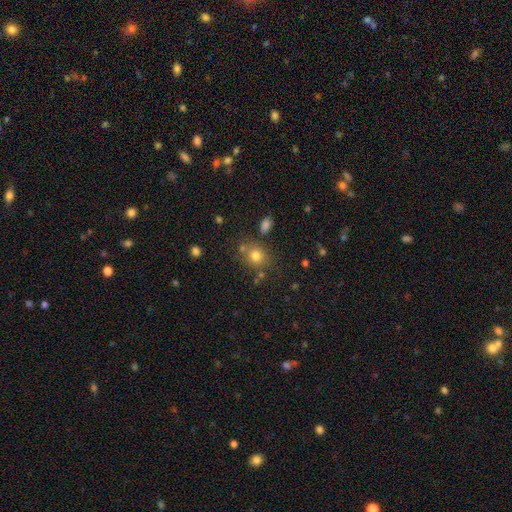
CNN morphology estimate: A smooth galaxy with no disk features (77%) that is round (72%). Merging: none (71%).